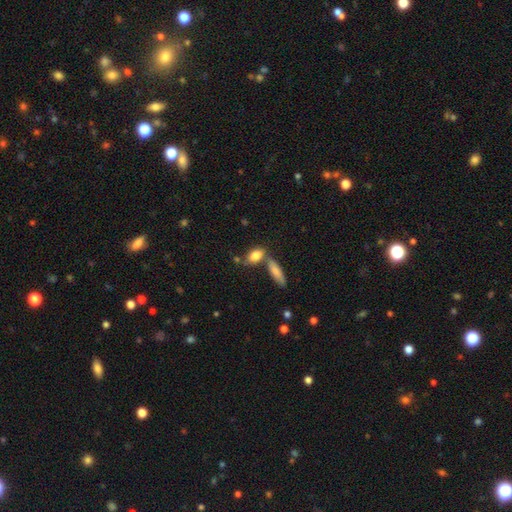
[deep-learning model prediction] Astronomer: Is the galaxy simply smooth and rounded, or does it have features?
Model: smooth — 81%.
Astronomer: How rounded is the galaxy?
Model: in between — 79%.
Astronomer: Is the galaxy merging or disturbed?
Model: none — 54% (runner-up: merger, 29%).